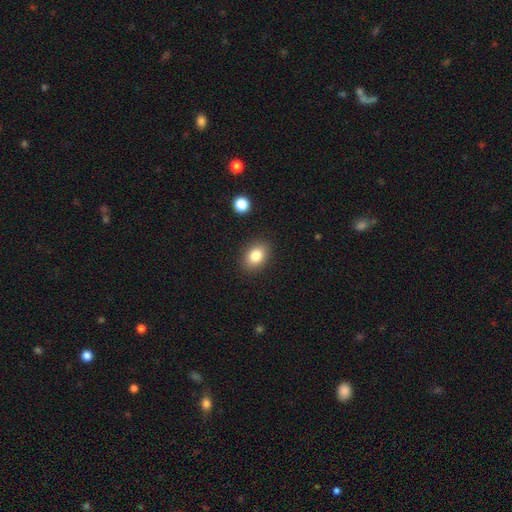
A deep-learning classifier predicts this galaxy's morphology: Smooth or featured? smooth (83%)
How rounded? in between (76%)
Merging? none (88%)